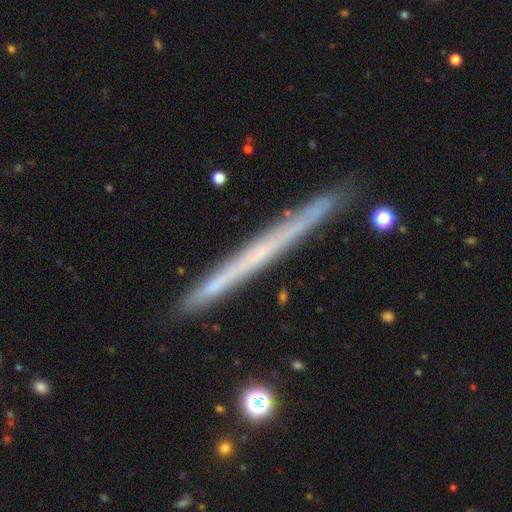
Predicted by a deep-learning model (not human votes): Smooth or featured? Predicted: featured or disk (p=0.59). Edge-on disk? Predicted: yes (p=0.97). Edge-on bulge? Predicted: none (p=0.93). Merging? Predicted: none (p=0.89).